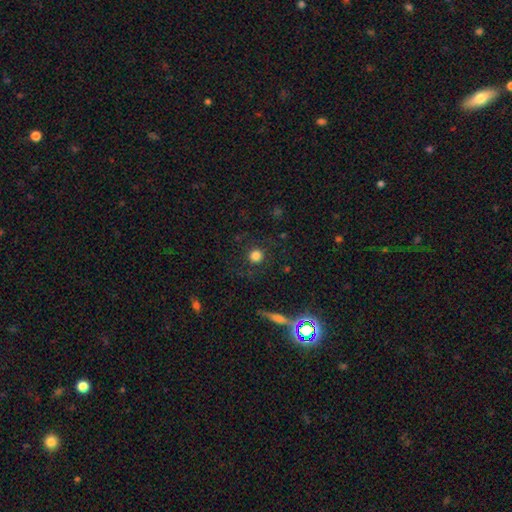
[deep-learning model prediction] smooth-or-featured: smooth: 80% | star or artifact: 13% | featured or disk: 7%
  how-rounded: round: 94% | in between: 5% | cigar-shaped: 1%
  merging: none: 86% | minor disturbance: 8% | major disturbance: 4% | merger: 2%